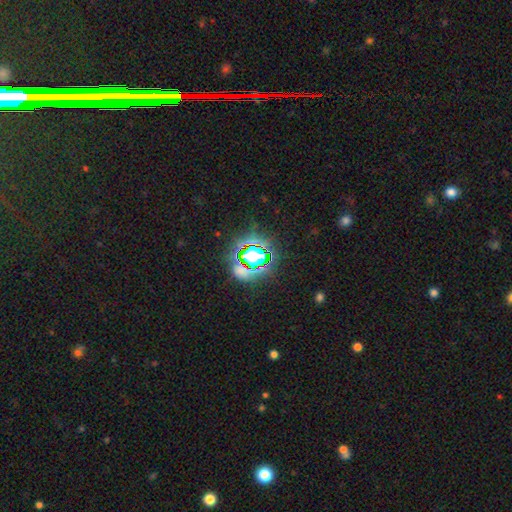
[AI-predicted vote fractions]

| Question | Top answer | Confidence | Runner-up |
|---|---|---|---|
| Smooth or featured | star or artifact | 69% | smooth (21%) |